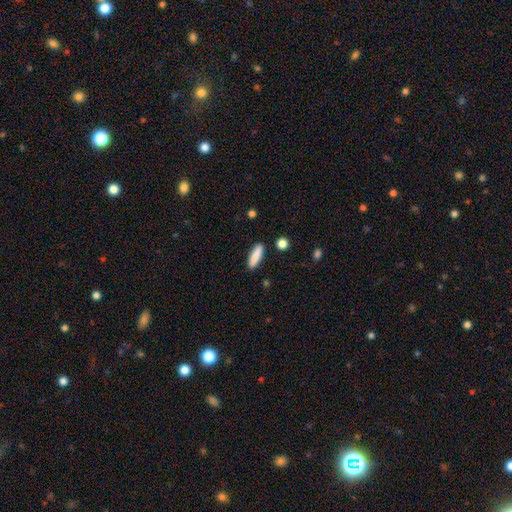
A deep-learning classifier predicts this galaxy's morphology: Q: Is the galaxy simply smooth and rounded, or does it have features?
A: smooth — 87%.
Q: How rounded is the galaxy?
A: cigar-shaped — 69%.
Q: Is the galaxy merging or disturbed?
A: none — 88%.